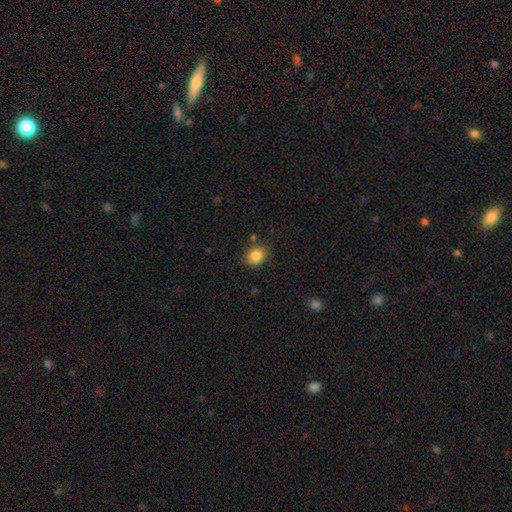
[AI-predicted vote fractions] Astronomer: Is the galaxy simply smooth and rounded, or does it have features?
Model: smooth — 85%.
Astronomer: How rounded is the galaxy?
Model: round — 65%.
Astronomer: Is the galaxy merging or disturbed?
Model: none — 80%.